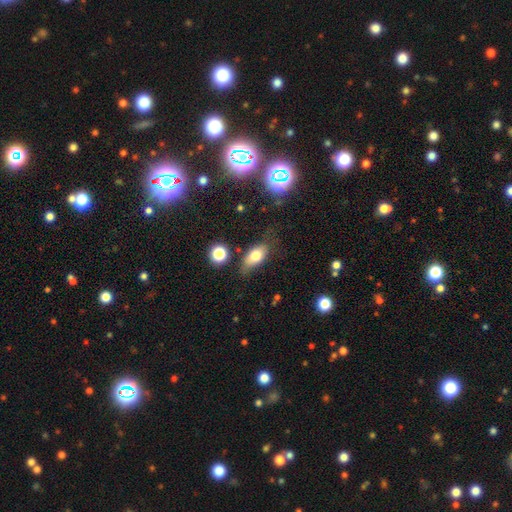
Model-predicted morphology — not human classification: smooth-or-featured: smooth: 73% | featured or disk: 17% | star or artifact: 10%
  how-rounded: in between: 86% | cigar-shaped: 7% | round: 7%
  merging: none: 62% | minor disturbance: 25% | major disturbance: 8% | merger: 5%